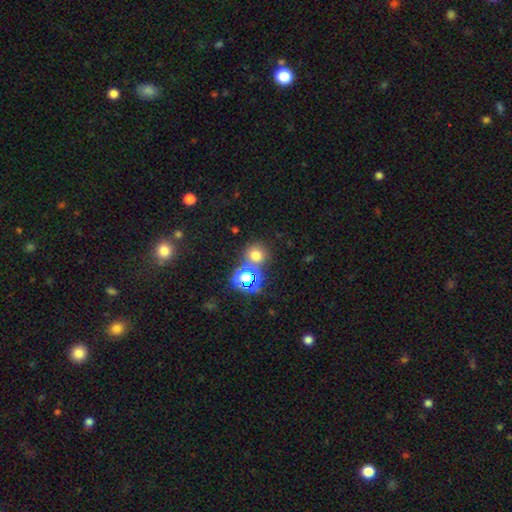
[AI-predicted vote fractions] Smooth or featured? smooth (67%)
How rounded? round (87%)
Merging? none (69%)